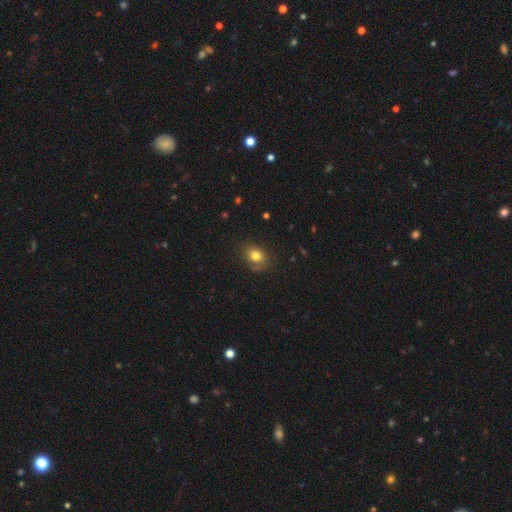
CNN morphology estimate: Smooth or featured? smooth (78%)
How rounded? in between (51%)
Merging? none (73%)